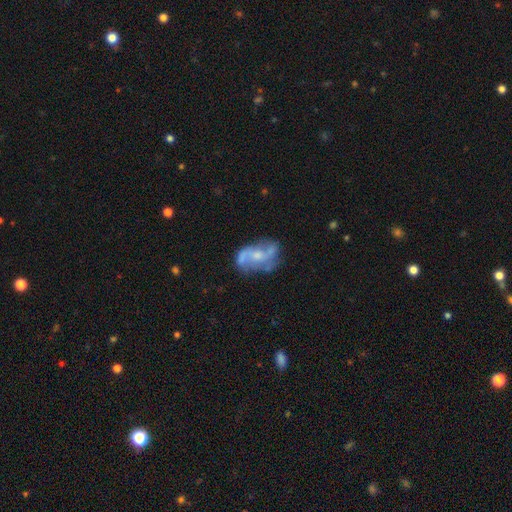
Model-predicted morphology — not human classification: Smooth or featured? featured or disk (75%)
Edge-on disk? no (97%)
Bar? no (58%)
Spiral arms? yes (80%)
Spiral winding? loose (55%)
Spiral arm count? 2 (64%)
Bulge size? moderate (43%)
Merging? none (55%)